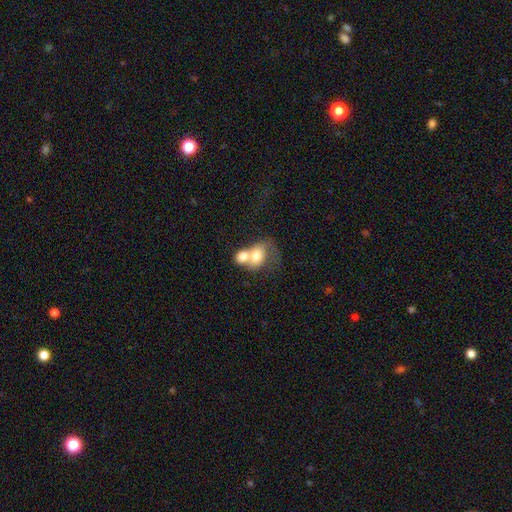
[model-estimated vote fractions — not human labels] smooth 66%, featured or disk 27%, star or artifact 7%. Down the decision tree: how rounded — in between (50%); merging — merger (78%).